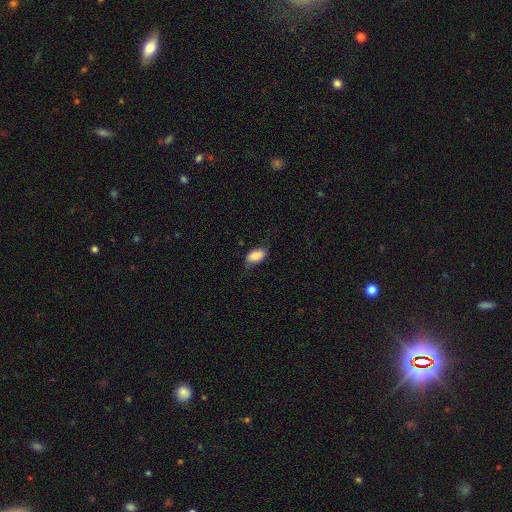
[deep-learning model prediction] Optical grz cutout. It shows a smooth galaxy with no disk features (85%) that is in between round and cigar-shaped (92%). Merging: none (64%).